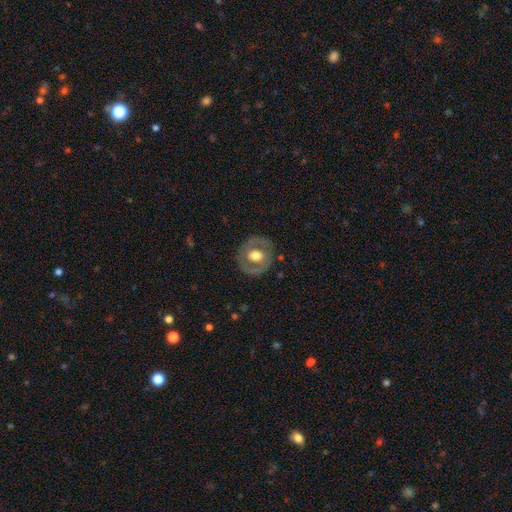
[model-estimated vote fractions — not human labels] Smooth or featured: featured or disk — 57% (smooth — 37%)
Edge-on disk: no — 95% (yes — 5%)
Bar: no — 71% (weak — 22%)
Spiral arms: no — 71% (yes — 29%)
Bulge size: moderate — 49% (large — 43%)
Merging: none — 80% (minor disturbance — 13%)